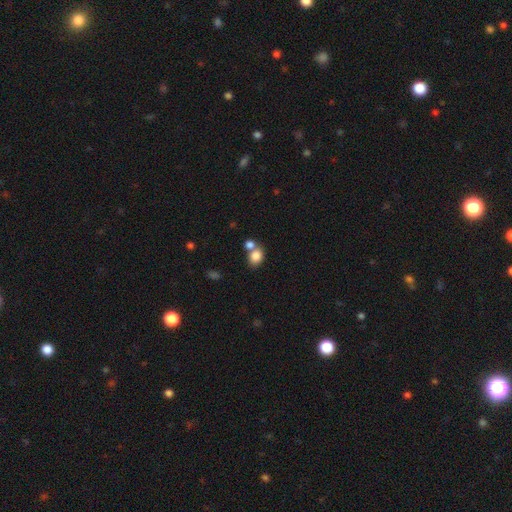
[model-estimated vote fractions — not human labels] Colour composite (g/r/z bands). It shows a smooth galaxy with no disk features (83%) that is in between round and cigar-shaped (56%). Merging: none (43%, tied with merger).